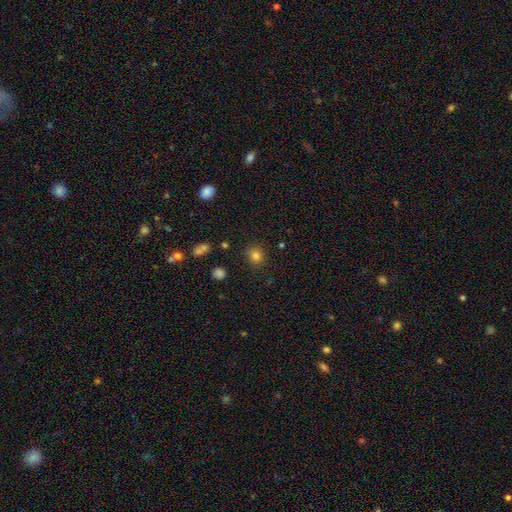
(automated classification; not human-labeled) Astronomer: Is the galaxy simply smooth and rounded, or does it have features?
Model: smooth — 81%.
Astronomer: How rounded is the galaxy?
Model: round — 81%.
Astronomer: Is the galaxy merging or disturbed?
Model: none — 85%.